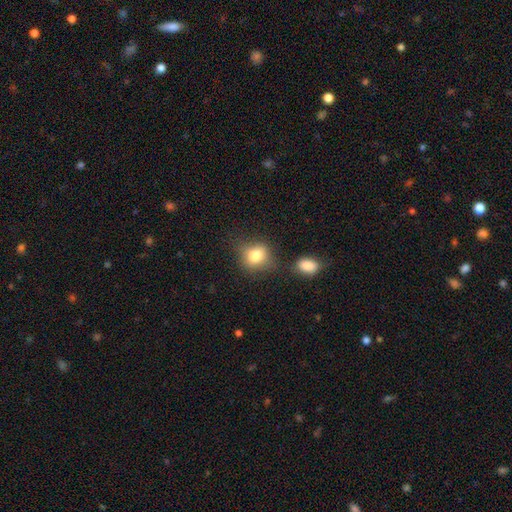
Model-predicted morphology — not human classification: Smooth or featured: smooth — 79% (featured or disk — 10%)
How rounded: round — 65% (in between — 34%)
Merging: none — 63% (minor disturbance — 20%)